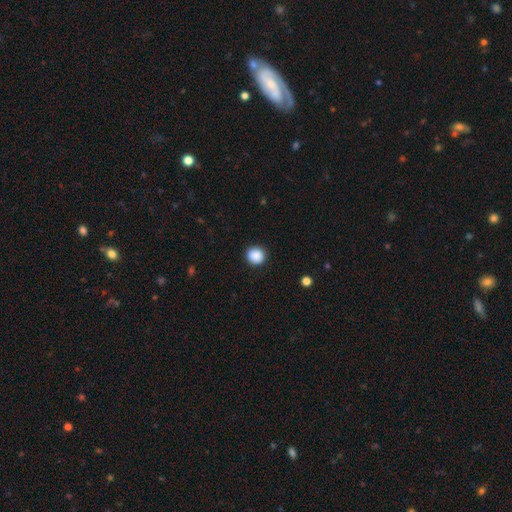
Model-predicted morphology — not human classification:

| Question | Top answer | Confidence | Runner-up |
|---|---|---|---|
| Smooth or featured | smooth | 89% | star or artifact (9%) |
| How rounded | round | 92% | in between (7%) |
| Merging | none | 91% | minor disturbance (6%) |